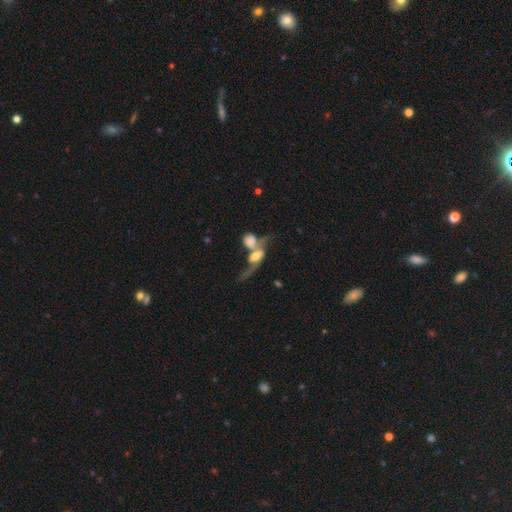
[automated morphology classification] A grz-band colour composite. It shows a featured or disk galaxy (65%) with no bar (56%), spiral arms (77%) and a moderate central bulge (39%). Merging: merger (57%).